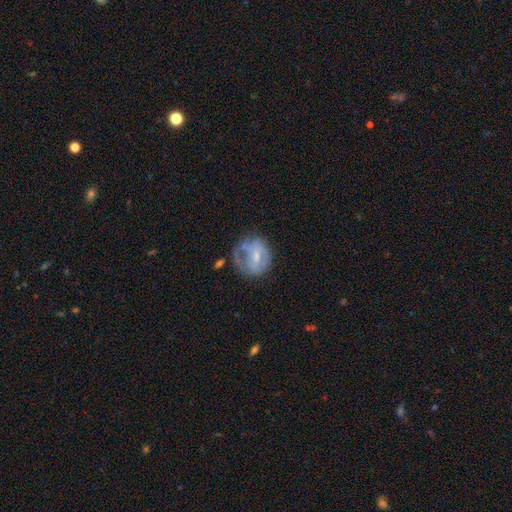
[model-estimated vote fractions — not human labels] This appears to be a featured or disk galaxy (59%) with no bar (44%), no spiral arms (52%) and a small central bulge (44%). Merging: none (43%).